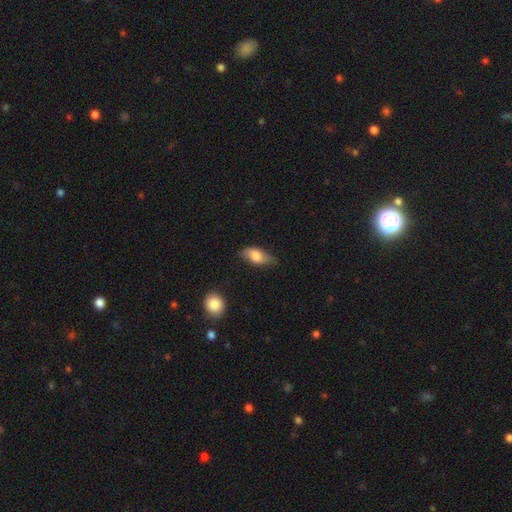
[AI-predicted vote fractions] Overall: smooth (73%). How rounded: in between (85%). Merging: none (68%).